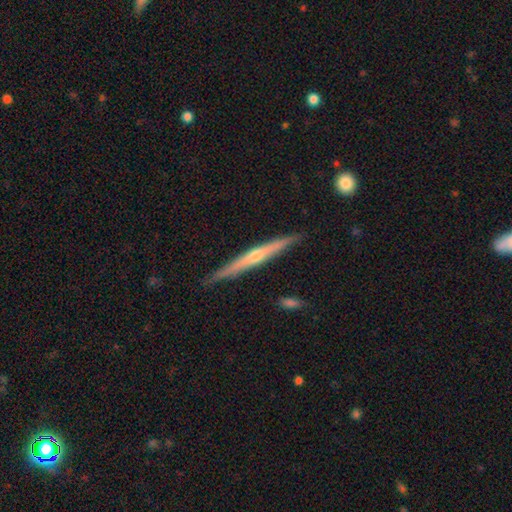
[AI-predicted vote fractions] The model was most divided on "edge-on bulge": rounded: 72%, none: 23%, boxy: 5%. More confident: edge-on disk — yes (98%); merging — none (90%); smooth or featured — featured or disk (74%).